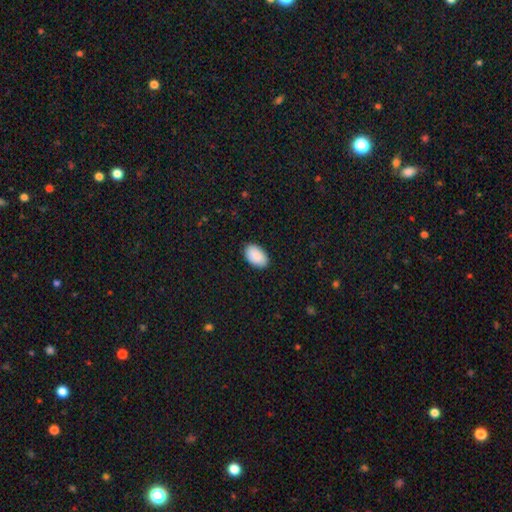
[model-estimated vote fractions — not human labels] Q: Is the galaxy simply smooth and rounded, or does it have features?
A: smooth — 91%.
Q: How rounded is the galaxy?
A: in between — 94%.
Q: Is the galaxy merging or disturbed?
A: none — 88%.